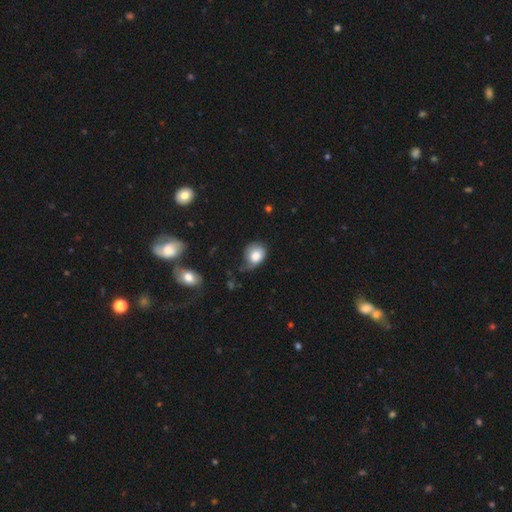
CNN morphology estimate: Smooth or featured? Predicted: smooth (p=0.81). How rounded? Predicted: in between (p=0.54). Merging? Predicted: none (p=0.41, tied with minor disturbance).